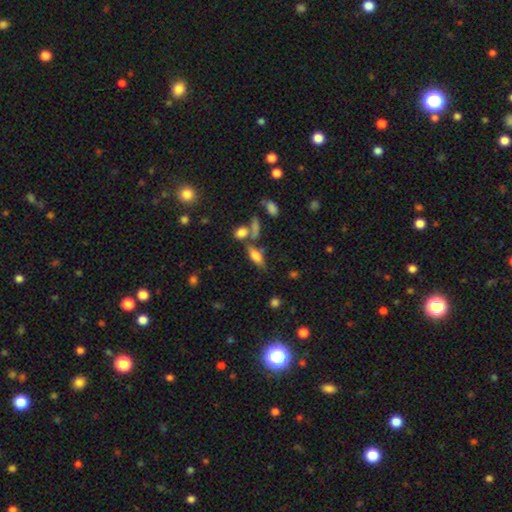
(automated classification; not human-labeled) The model was most divided on "merging": none: 54%, merger: 23%, minor disturbance: 15%, major disturbance: 7%. More confident: smooth or featured — smooth (65%); how rounded — in between (64%).